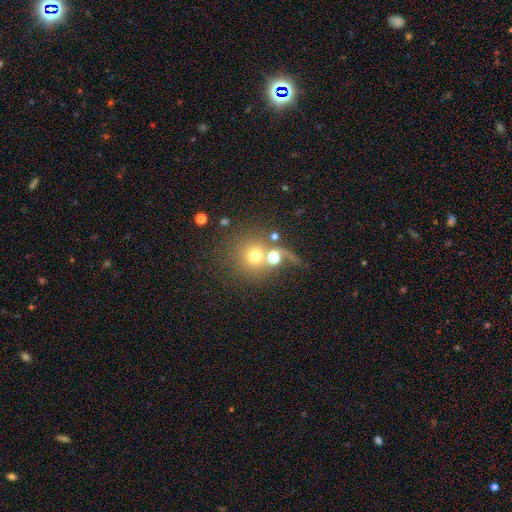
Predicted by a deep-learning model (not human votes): Overall: smooth (64%). How rounded: round (89%). Merging: none (47%; merger 34%).